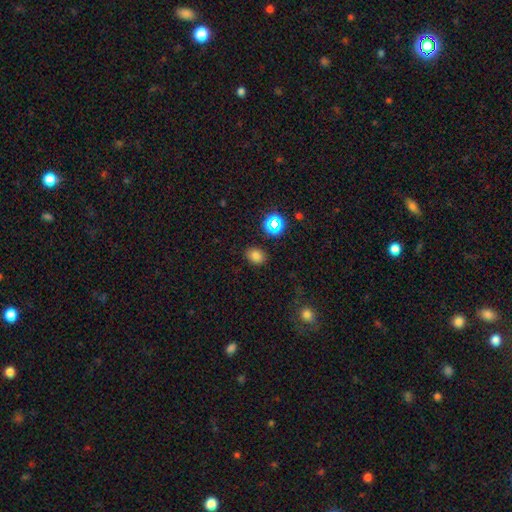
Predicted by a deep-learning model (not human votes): Smooth or featured? Predicted: smooth (p=0.77). How rounded? Predicted: in between (p=0.60). Merging? Predicted: none (p=0.86).